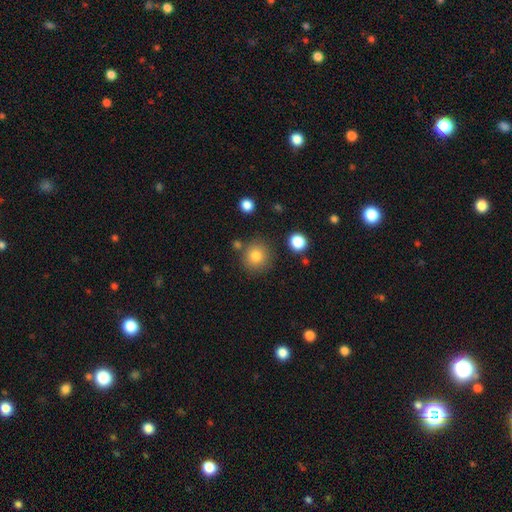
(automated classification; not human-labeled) Smooth or featured: smooth — 82% (star or artifact — 11%)
How rounded: round — 92% (in between — 7%)
Merging: none — 81% (minor disturbance — 9%)